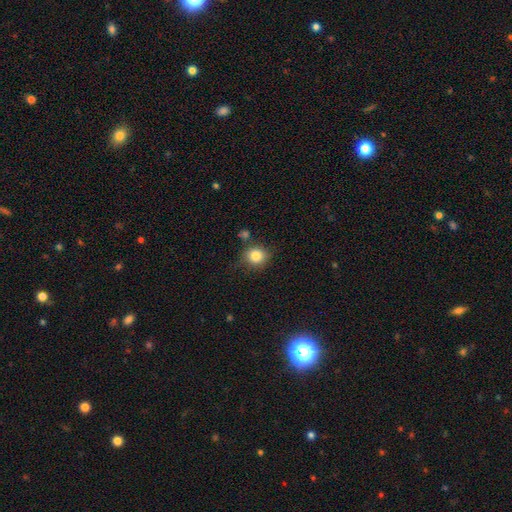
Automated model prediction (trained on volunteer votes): Smooth or featured? smooth (84%)
How rounded? round (83%)
Merging? none (75%)